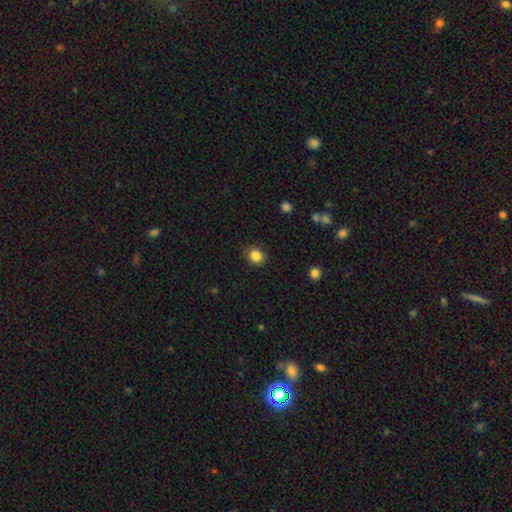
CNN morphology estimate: smooth 85%, star or artifact 11%, featured or disk 4%. Down the decision tree: how rounded — round (76%); merging — none (88%).